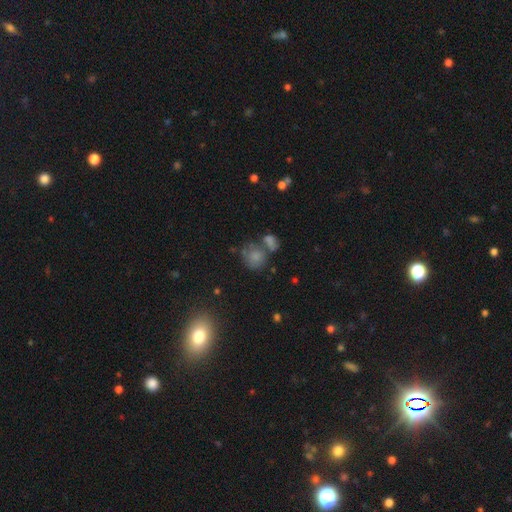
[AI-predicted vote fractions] smooth_or_featured: smooth (p=0.69) [alt: featured or disk p=0.17]
how_rounded: round (p=0.74) [alt: in between p=0.25]
merging: none (p=0.40) [alt: merger p=0.33]